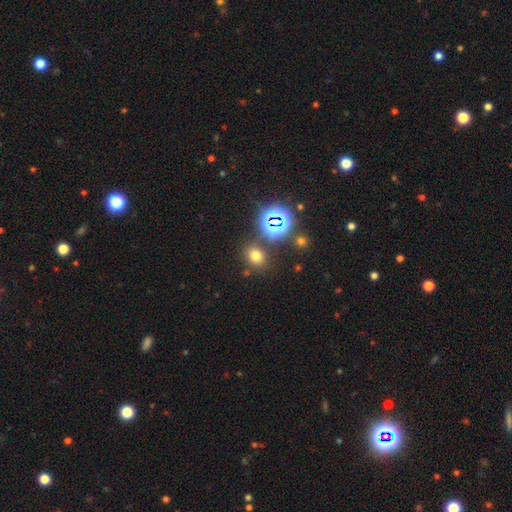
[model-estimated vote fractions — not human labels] Morphology: type=smooth (66%); roundness=round (55%); merging=none (78%).